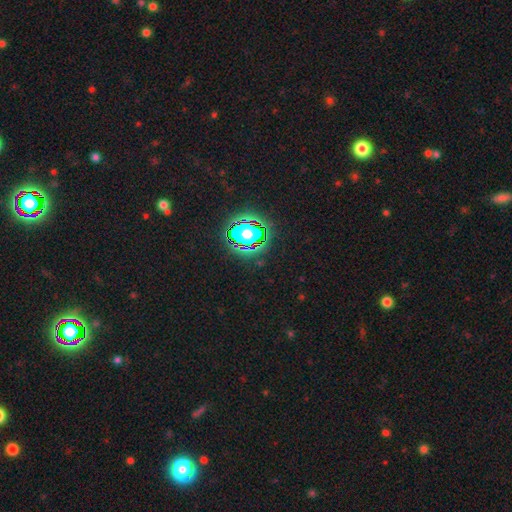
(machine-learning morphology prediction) type=star or artifact (78%).